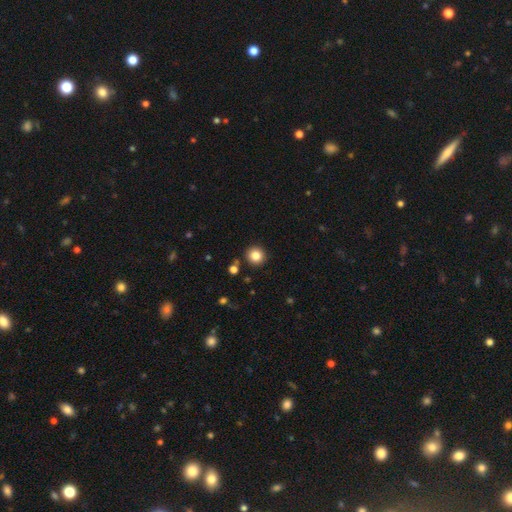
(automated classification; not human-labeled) Q: Smooth or featured?
A: smooth (83%); runner-up: star or artifact (11%)
Q: How rounded?
A: round (93%); runner-up: in between (6%)
Q: Merging?
A: none (90%); runner-up: minor disturbance (6%)